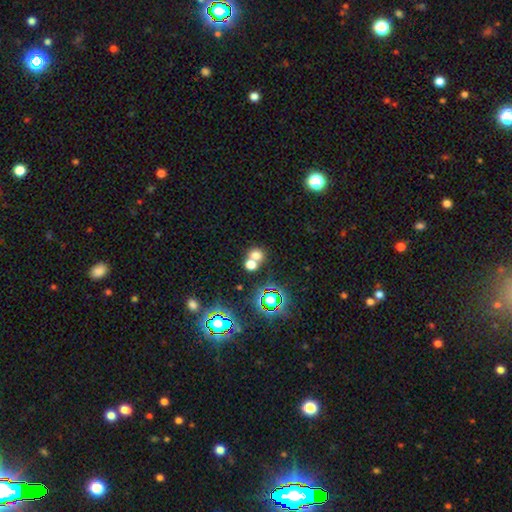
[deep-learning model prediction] Q: Smooth or featured?
A: smooth (65%); runner-up: star or artifact (23%)
Q: How rounded?
A: round (75%); runner-up: in between (24%)
Q: Merging?
A: none (46%); runner-up: merger (44%)